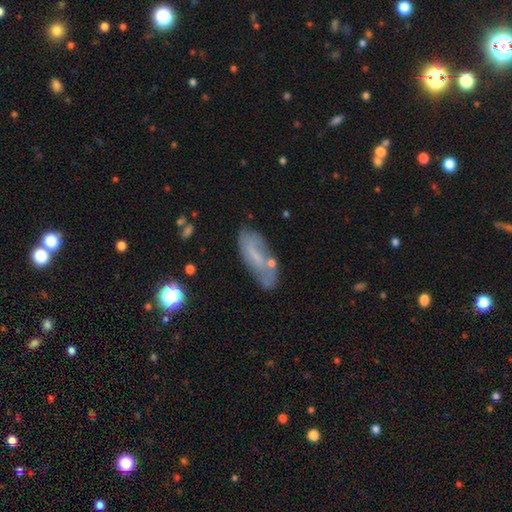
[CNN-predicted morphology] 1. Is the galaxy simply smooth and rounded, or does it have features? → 48% featured or disk, 42% smooth, 10% star or artifact.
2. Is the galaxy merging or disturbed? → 61% none, 22% minor disturbance, 9% major disturbance, 8% merger.